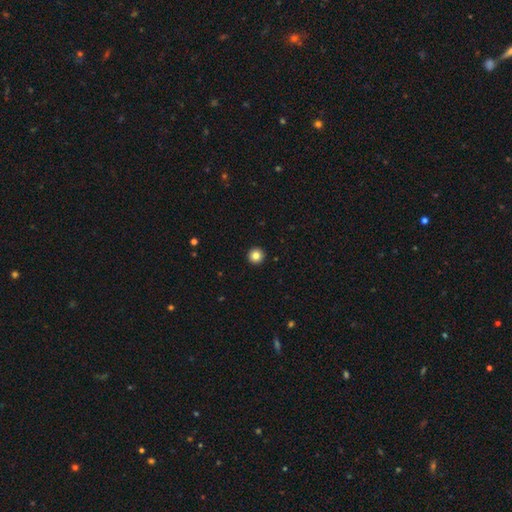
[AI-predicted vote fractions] smooth 84%, star or artifact 11%, featured or disk 6%. Down the decision tree: how rounded — round (97%); merging — none (94%).